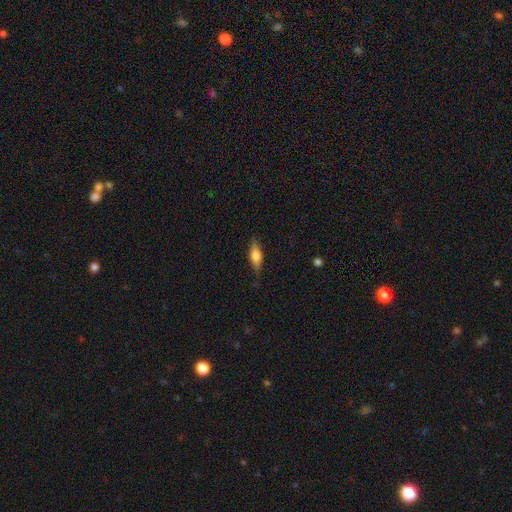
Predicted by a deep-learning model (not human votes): This appears to be a smooth galaxy with no disk features (60%) that is in between round and cigar-shaped (52%). Merging: none (80%).